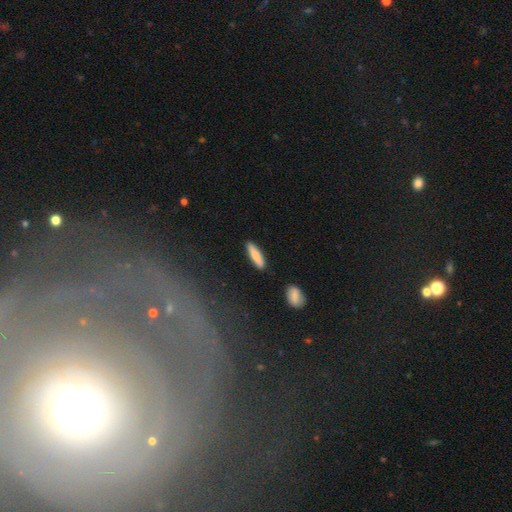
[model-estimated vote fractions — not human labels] Smooth or featured: smooth — 71% (featured or disk — 23%)
How rounded: cigar-shaped — 68% (in between — 30%)
Merging: none — 87% (minor disturbance — 9%)